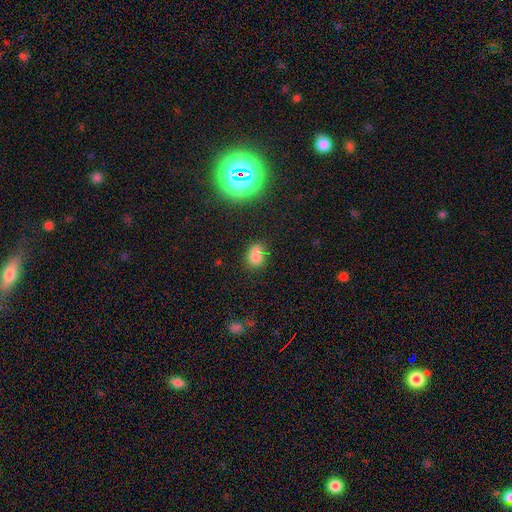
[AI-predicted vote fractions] Morphology: type=smooth (72%); roundness=in between (49%, tied with round); merging=none (47%).